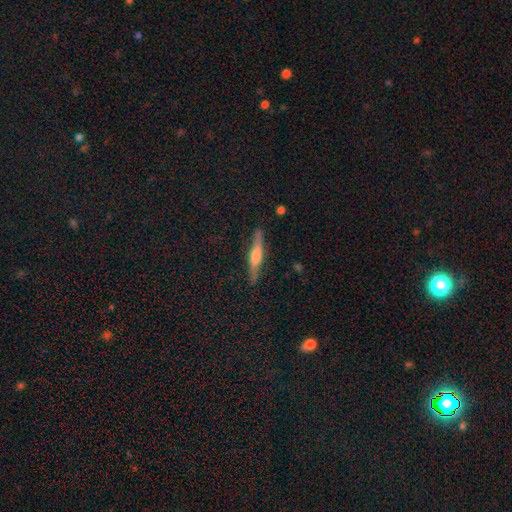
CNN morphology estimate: featured or disk 67%, smooth 26%, star or artifact 7%. Down the decision tree: edge-on disk — yes (95%); edge-on bulge — rounded (72%); merging — none (86%).